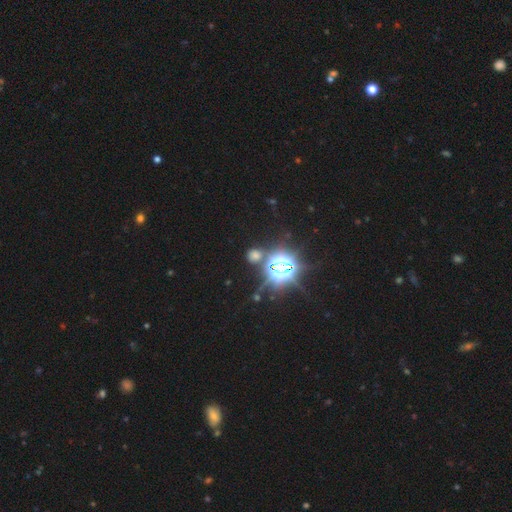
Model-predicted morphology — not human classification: A star or artifact, not a galaxy (60%).

Vote fractions:
- Smooth or featured? star or artifact: 60% / smooth: 32% / featured or disk: 8%